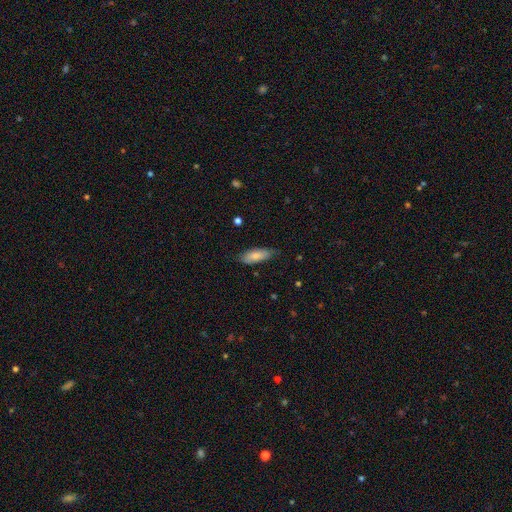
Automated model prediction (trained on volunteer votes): A smooth galaxy with no disk features (80%) that is in between round and cigar-shaped (71%).

Vote fractions:
- Smooth or featured? smooth: 80% / featured or disk: 14% / star or artifact: 6%
- How rounded? in between: 71% / cigar-shaped: 27% / round: 2%
- Merging? none: 76% / minor disturbance: 20% / major disturbance: 3% / merger: 1%